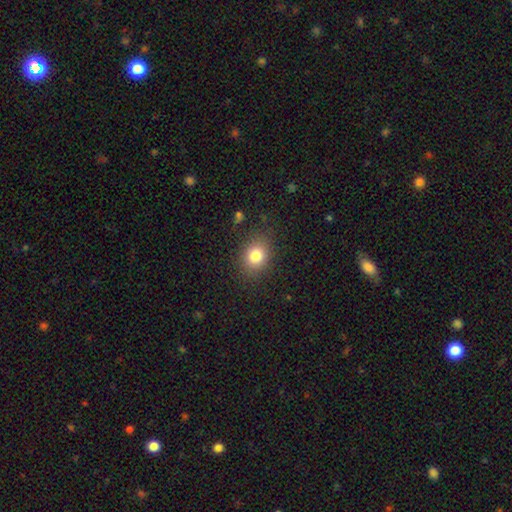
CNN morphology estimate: A smooth galaxy with no disk features (81%) that is in between round and cigar-shaped (50%). Merging: none (83%).